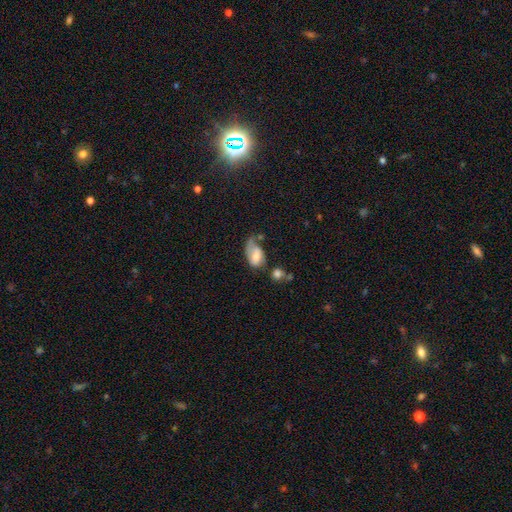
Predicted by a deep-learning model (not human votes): A smooth galaxy with no disk features (62%) that is in between round and cigar-shaped (89%).

Vote fractions:
- Smooth or featured? smooth: 62% / featured or disk: 30% / star or artifact: 8%
- How rounded? in between: 89% / round: 9% / cigar-shaped: 2%
- Merging? major disturbance: 30% / minor disturbance: 29% / none: 26% / merger: 14%